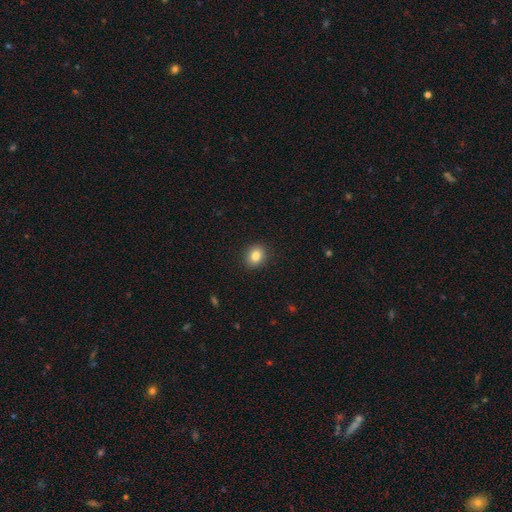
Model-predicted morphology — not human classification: type=smooth (83%); roundness=round (67%); merging=none (91%).